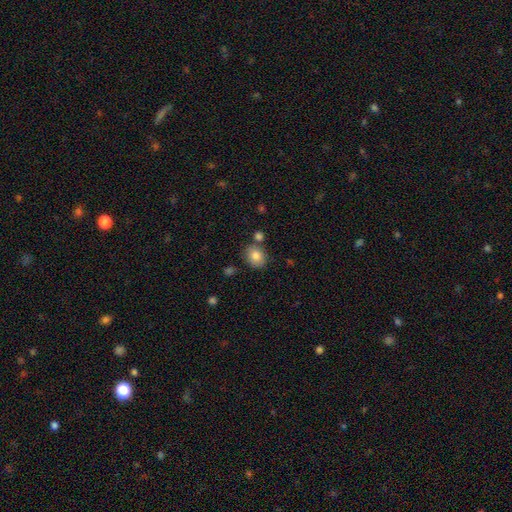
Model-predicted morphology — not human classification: Smooth or featured? Predicted: smooth (p=0.83). How rounded? Predicted: round (p=0.60). Merging? Predicted: none (p=0.73).